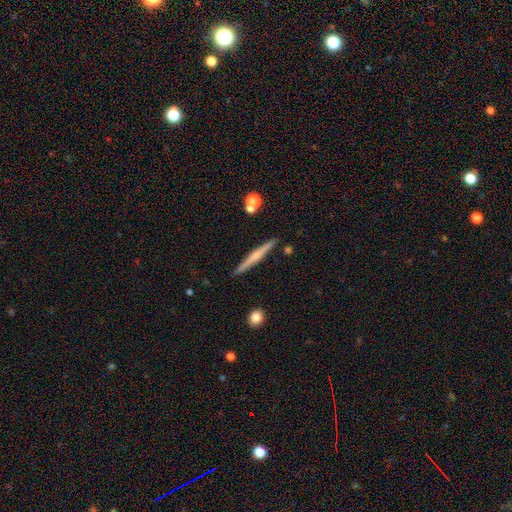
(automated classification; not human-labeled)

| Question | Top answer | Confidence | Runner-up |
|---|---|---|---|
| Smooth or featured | featured or disk | 52% | smooth (42%) |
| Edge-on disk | yes | 97% | no (3%) |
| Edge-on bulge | none | 48% | rounded (39%) |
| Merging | none | 89% | minor disturbance (7%) |